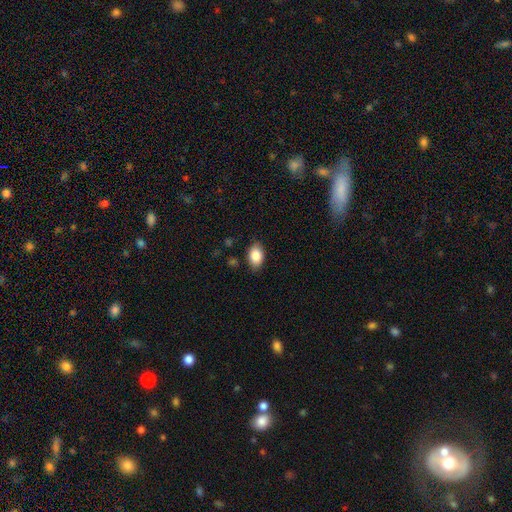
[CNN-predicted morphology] Overall: smooth (85%). How rounded: in between (86%). Merging: none (84%).